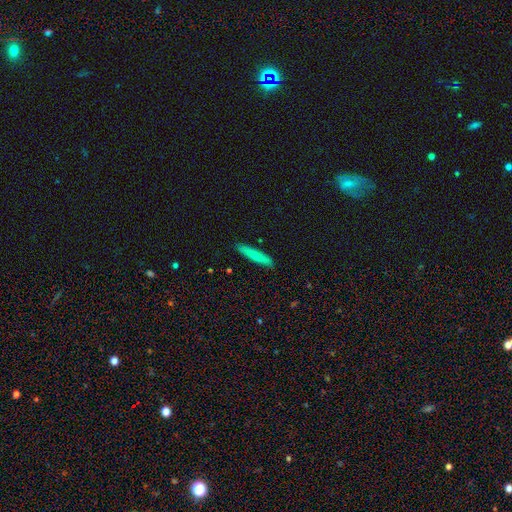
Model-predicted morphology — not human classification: This is likely a smooth galaxy (72%). How rounded: clearly cigar-shaped (92%). Merging: clearly none (89%).